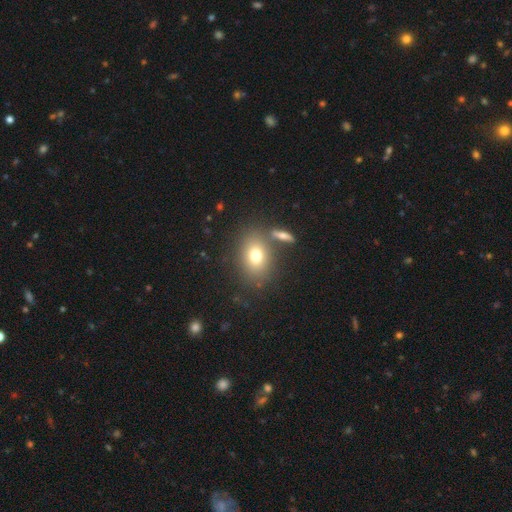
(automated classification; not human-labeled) A smooth galaxy with no disk features (73%) that is in between round and cigar-shaped (67%).

Vote fractions:
- Smooth or featured? smooth: 73% / featured or disk: 15% / star or artifact: 12%
- How rounded? in between: 67% / round: 31% / cigar-shaped: 2%
- Merging? none: 74% / minor disturbance: 11% / merger: 10% / major disturbance: 5%